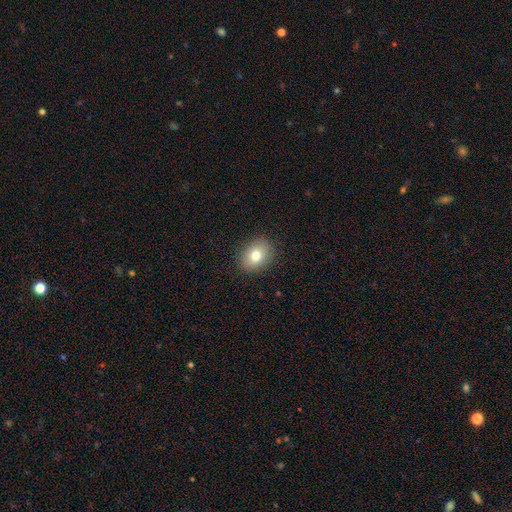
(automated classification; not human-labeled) smooth 78%, featured or disk 12%, star or artifact 10%. Down the decision tree: how rounded — in between (63%); merging — none (88%).